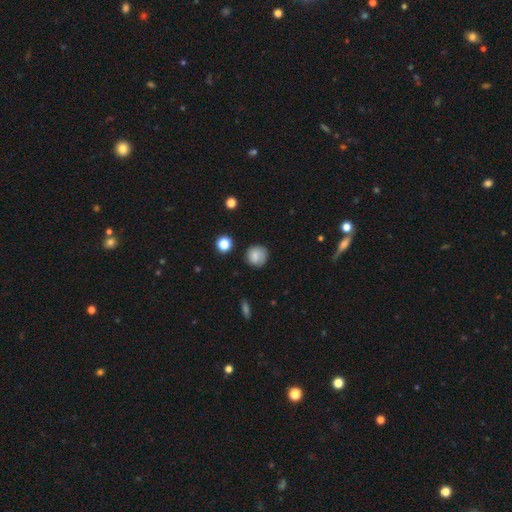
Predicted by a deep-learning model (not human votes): Q: Smooth or featured?
A: smooth (81%); runner-up: featured or disk (10%)
Q: How rounded?
A: round (89%); runner-up: in between (10%)
Q: Merging?
A: none (80%); runner-up: minor disturbance (15%)